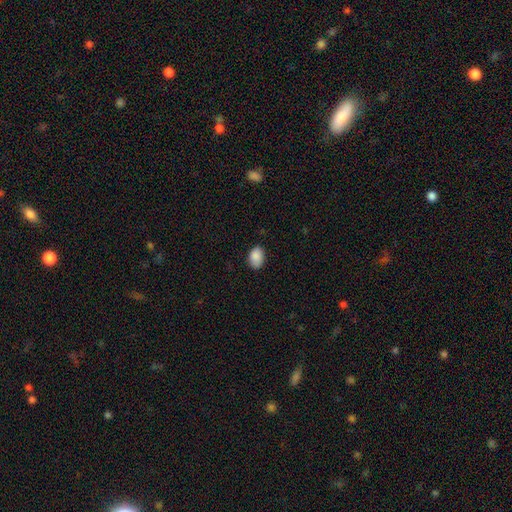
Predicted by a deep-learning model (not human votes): smooth_or_featured: smooth (p=0.88) [alt: star or artifact p=0.08]
how_rounded: in between (p=0.85) [alt: round p=0.14]
merging: none (p=0.78) [alt: minor disturbance p=0.18]